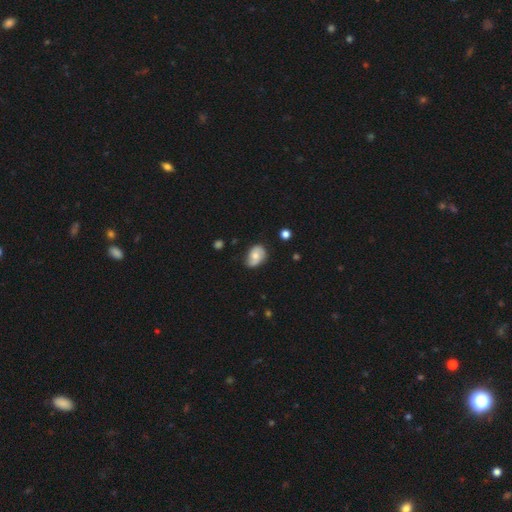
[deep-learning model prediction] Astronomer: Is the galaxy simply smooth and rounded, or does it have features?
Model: smooth — 54% (runner-up: featured or disk, 38%).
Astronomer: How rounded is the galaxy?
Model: in between — 77%.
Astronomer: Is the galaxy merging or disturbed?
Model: none — 61%.